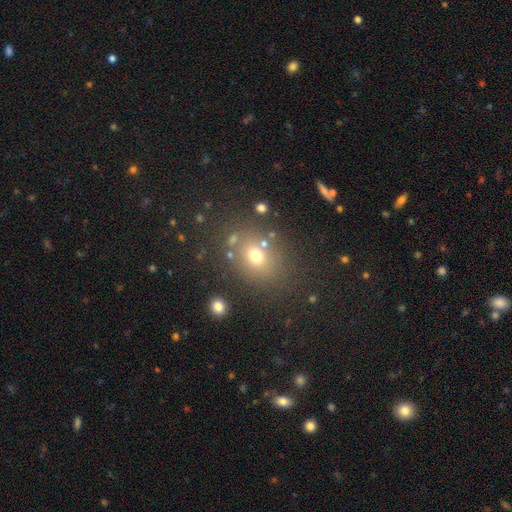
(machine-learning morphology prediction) Smooth or featured?
  - smooth: 69% *
  - star or artifact: 19%
  - featured or disk: 13%
How rounded?
  - round: 57% *
  - in between: 42%
  - cigar-shaped: 1%
Merging?
  - none: 74% *
  - minor disturbance: 13%
  - merger: 7%
  - major disturbance: 6%